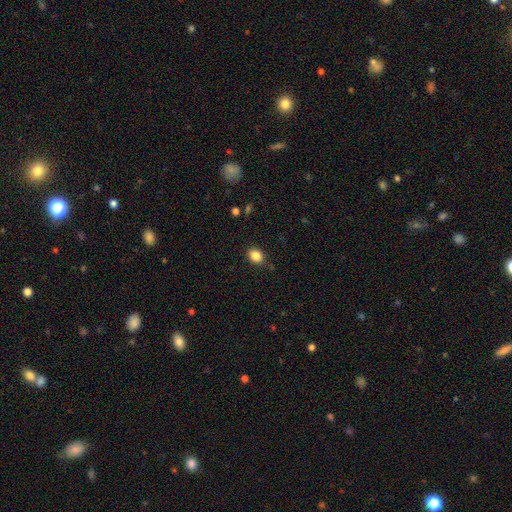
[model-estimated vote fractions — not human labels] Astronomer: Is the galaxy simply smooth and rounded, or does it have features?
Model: smooth — 86%.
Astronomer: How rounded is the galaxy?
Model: in between — 65%.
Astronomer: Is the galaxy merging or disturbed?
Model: none — 84%.